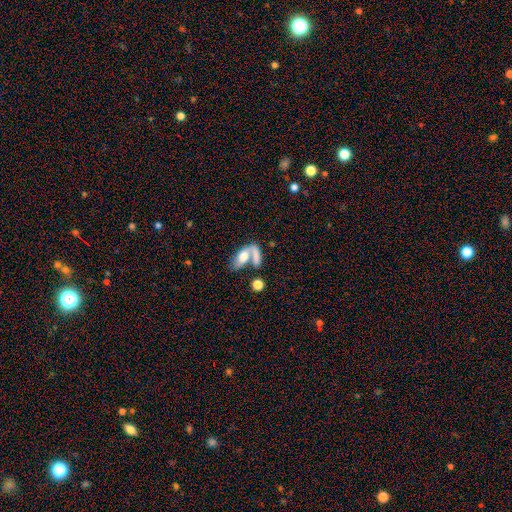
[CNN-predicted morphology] Smooth or featured? Predicted: smooth (p=0.59). How rounded? Predicted: in between (p=0.71). Merging? Predicted: merger (p=0.51).